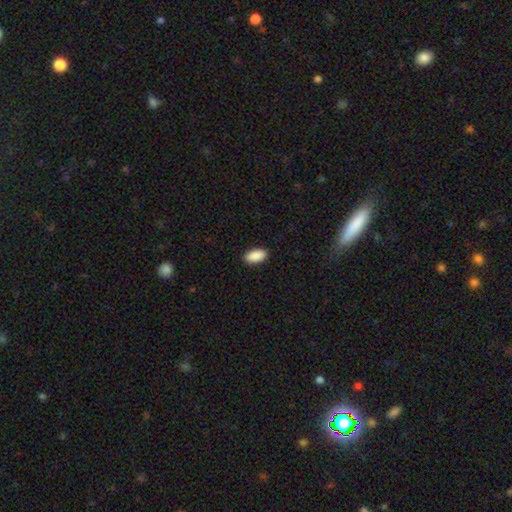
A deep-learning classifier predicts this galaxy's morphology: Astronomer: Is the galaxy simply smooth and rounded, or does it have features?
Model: smooth — 91%.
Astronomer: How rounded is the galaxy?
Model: in between — 93%.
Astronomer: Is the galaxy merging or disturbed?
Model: none — 90%.